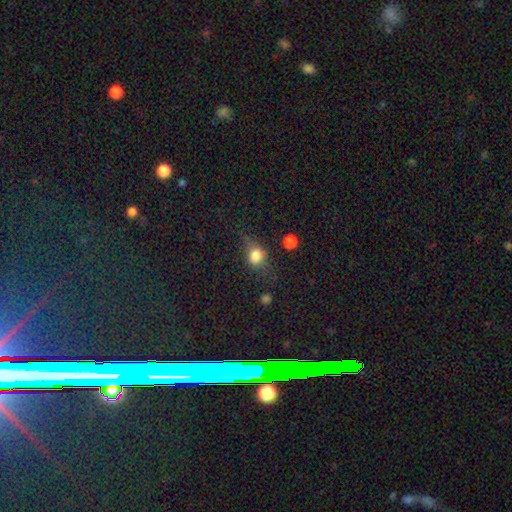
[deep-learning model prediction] Smooth or featured?
  - smooth: 71% *
  - featured or disk: 17%
  - star or artifact: 12%
How rounded?
  - round: 53% *
  - in between: 43%
  - cigar-shaped: 4%
Merging?
  - none: 55% *
  - minor disturbance: 28%
  - major disturbance: 14%
  - merger: 3%